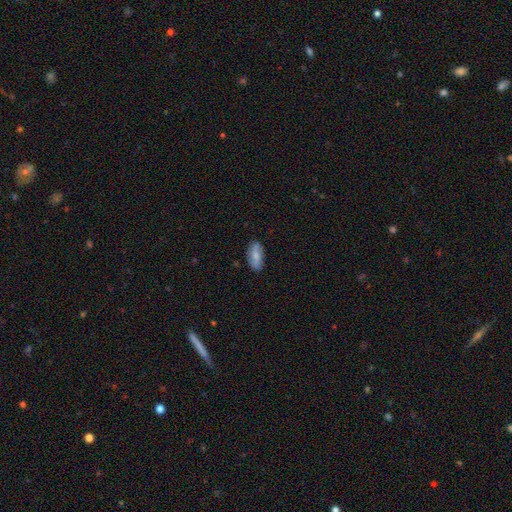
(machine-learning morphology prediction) Q: Smooth or featured?
A: smooth (57%); runner-up: featured or disk (36%)
Q: How rounded?
A: in between (86%); runner-up: cigar-shaped (11%)
Q: Merging?
A: none (83%); runner-up: minor disturbance (13%)